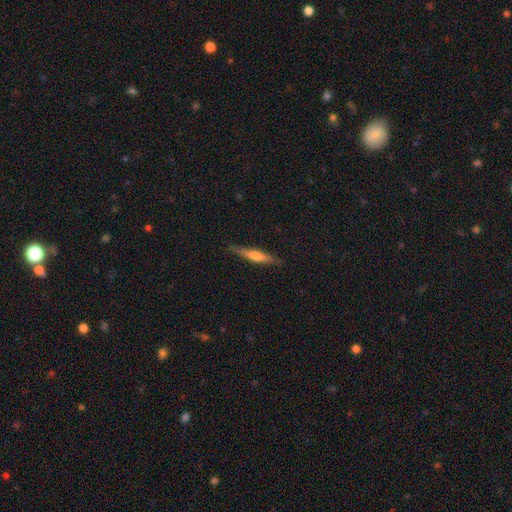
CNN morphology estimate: This appears to be a smooth galaxy with no disk features (47%). Merging: none (85%).